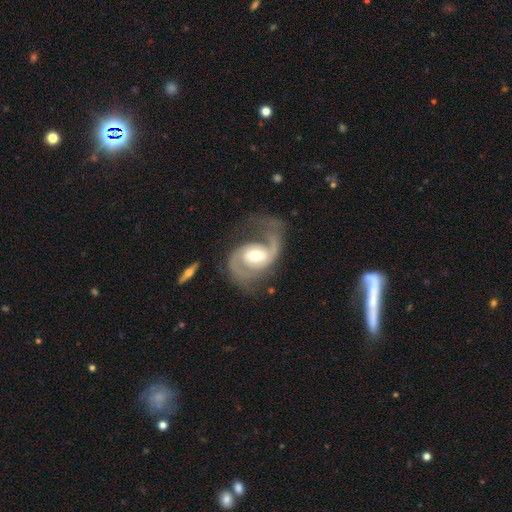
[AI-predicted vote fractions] Q: Smooth or featured?
A: featured or disk (87%); runner-up: smooth (8%)
Q: Edge-on disk?
A: no (97%); runner-up: yes (3%)
Q: Bar?
A: weak (47%); runner-up: no (32%)
Q: Spiral arms?
A: yes (95%); runner-up: no (5%)
Q: Spiral winding?
A: medium (46%); runner-up: loose (40%)
Q: Spiral arm count?
A: 2 (77%); runner-up: 1 (16%)
Q: Bulge size?
A: moderate (68%); runner-up: small (19%)
Q: Merging?
A: none (50%); runner-up: major disturbance (28%)